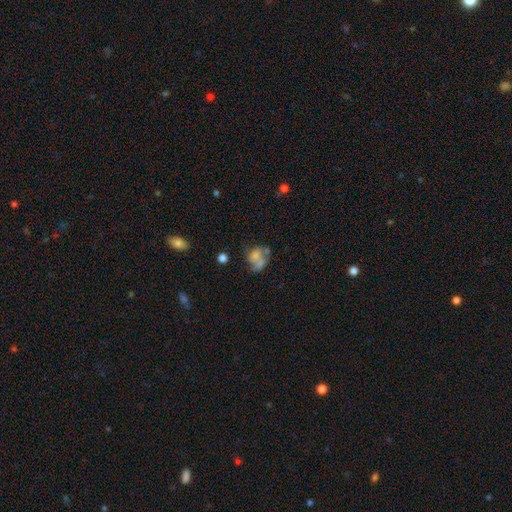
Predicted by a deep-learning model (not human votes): smooth_or_featured: smooth (p=0.49) [alt: featured or disk p=0.38]
merging: merger (p=0.43) [alt: none p=0.23]